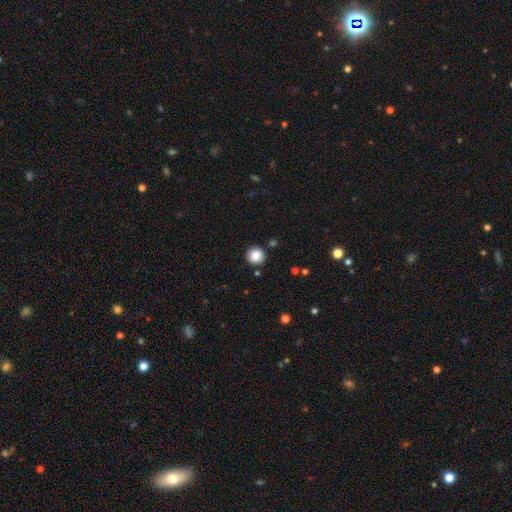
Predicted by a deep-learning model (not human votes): Smooth or featured?
  - smooth: 86% *
  - star or artifact: 10%
  - featured or disk: 4%
How rounded?
  - round: 93% *
  - in between: 6%
  - cigar-shaped: 1%
Merging?
  - none: 89% *
  - minor disturbance: 7%
  - merger: 2%
  - major disturbance: 2%